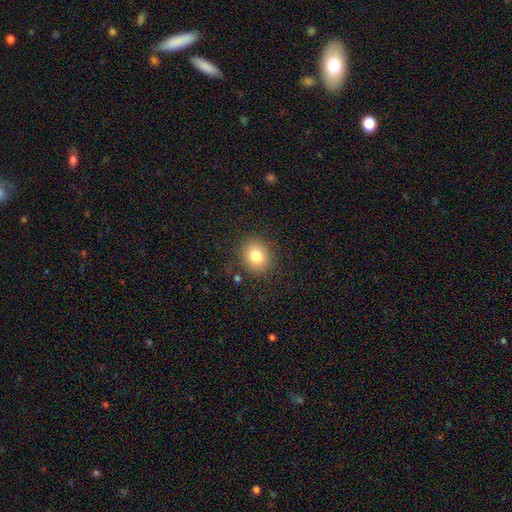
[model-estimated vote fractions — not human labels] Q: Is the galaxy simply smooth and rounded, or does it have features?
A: smooth — 80%.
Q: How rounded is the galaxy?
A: round — 72%.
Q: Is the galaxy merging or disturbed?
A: none — 85%.